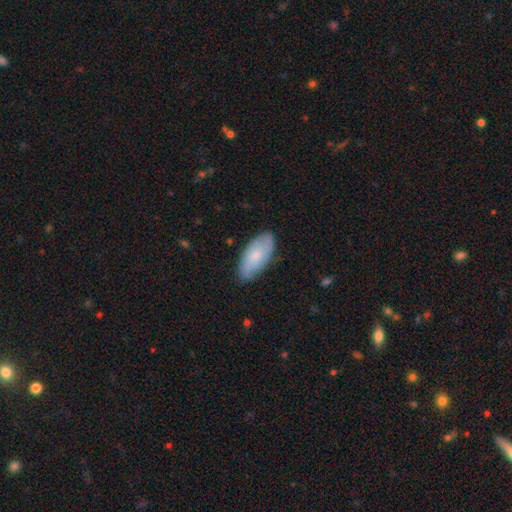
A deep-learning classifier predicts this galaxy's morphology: Smooth or featured? smooth (62%)
How rounded? in between (91%)
Merging? none (79%)